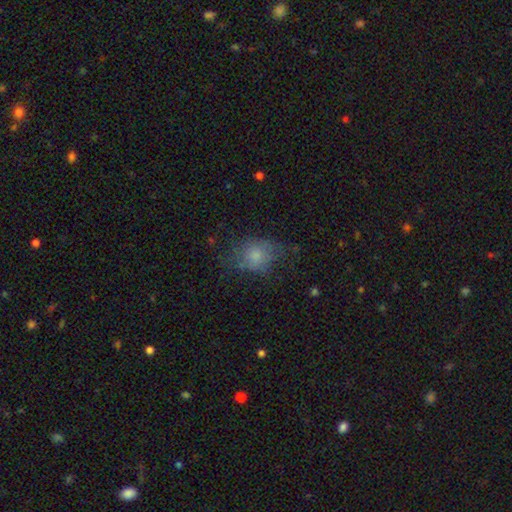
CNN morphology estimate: Smooth or featured? Predicted: smooth (p=0.71). How rounded? Predicted: round (p=0.54). Merging? Predicted: none (p=0.53).